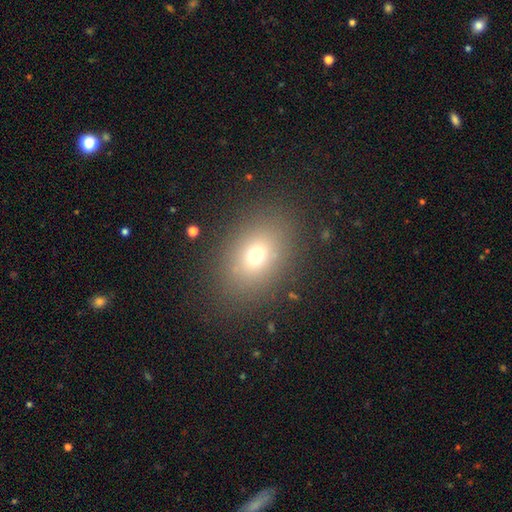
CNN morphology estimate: Smooth or featured?
  - smooth: 69% *
  - star or artifact: 17%
  - featured or disk: 14%
How rounded?
  - in between: 65% *
  - round: 34%
  - cigar-shaped: 1%
Merging?
  - none: 84% *
  - minor disturbance: 9%
  - major disturbance: 5%
  - merger: 1%